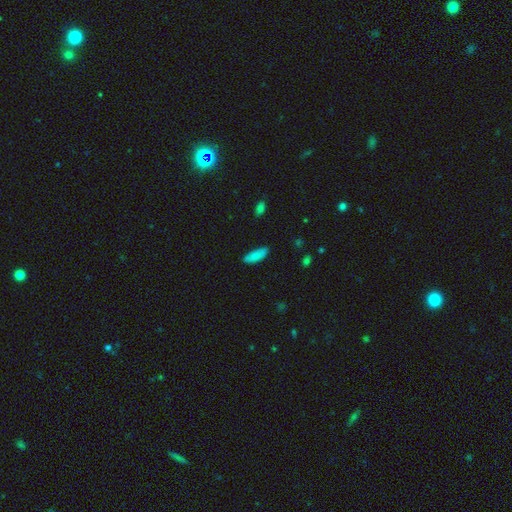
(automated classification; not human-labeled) smooth-or-featured: smooth: 82% | featured or disk: 12% | star or artifact: 7%
  how-rounded: in between: 71% | cigar-shaped: 27% | round: 2%
  merging: none: 79% | minor disturbance: 16% | major disturbance: 3% | merger: 2%